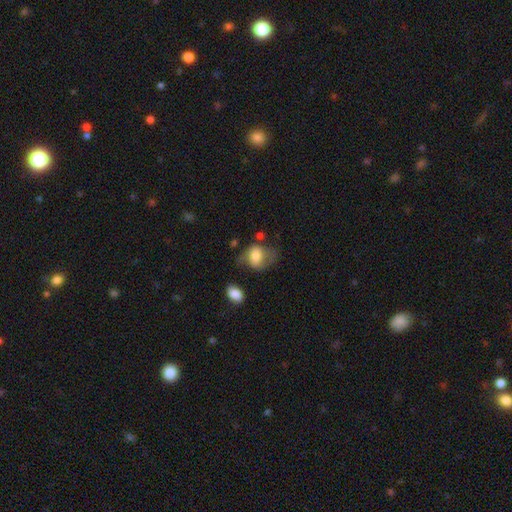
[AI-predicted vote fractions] A smooth galaxy with no disk features (68%) that is in between round and cigar-shaped (63%). Merging: none (41%).